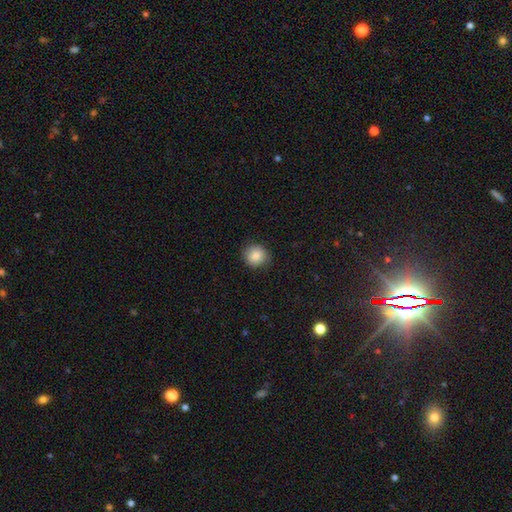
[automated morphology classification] A smooth galaxy with no disk features (86%) that is round (89%).

Vote fractions:
- Smooth or featured? smooth: 86% / star or artifact: 9% / featured or disk: 5%
- How rounded? round: 89% / in between: 10% / cigar-shaped: 1%
- Merging? none: 85% / minor disturbance: 11% / major disturbance: 3% / merger: 1%